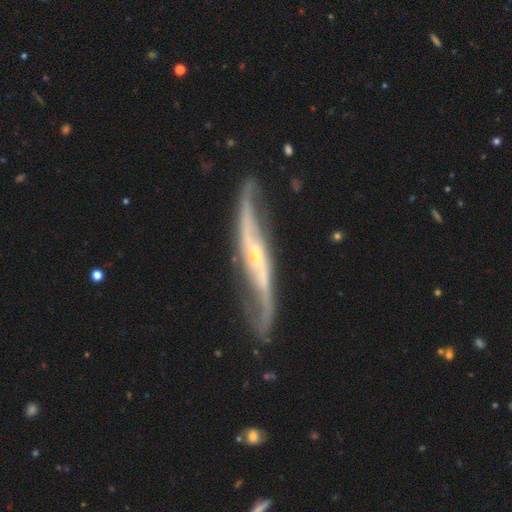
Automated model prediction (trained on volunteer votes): Q: Smooth or featured?
A: featured or disk (88%); runner-up: smooth (7%)
Q: Edge-on disk?
A: no (68%); runner-up: yes (32%)
Q: Bar?
A: no (47%); runner-up: strong (26%)
Q: Spiral arms?
A: yes (95%); runner-up: no (5%)
Q: Spiral winding?
A: loose (70%); runner-up: medium (21%)
Q: Spiral arm count?
A: 2 (91%); runner-up: can't tell (4%)
Q: Bulge size?
A: small (78%); runner-up: moderate (17%)
Q: Merging?
A: none (73%); runner-up: minor disturbance (17%)